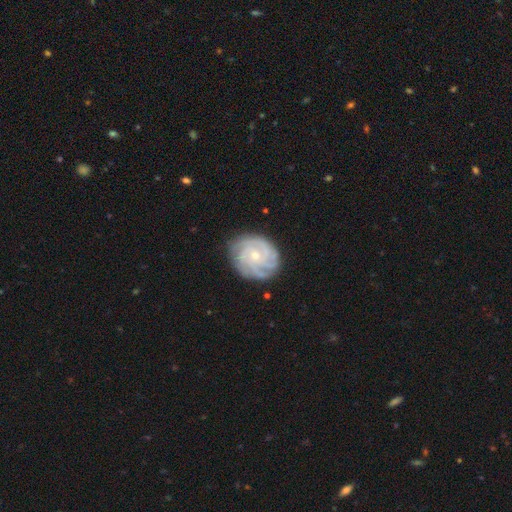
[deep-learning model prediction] This appears to be a featured or disk galaxy (84%) with no bar (77%), 4 (31%) tight (75%) spiral arms (97%) and a small central bulge (67%). Merging: none (80%).